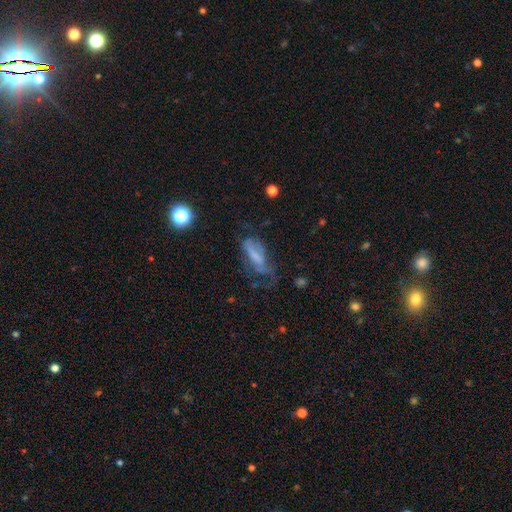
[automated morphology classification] A smooth galaxy with no disk features (43%, tied with featured or disk). Merging: major disturbance (40%).